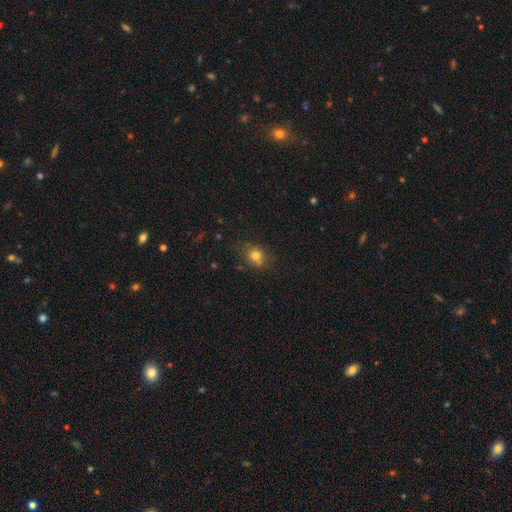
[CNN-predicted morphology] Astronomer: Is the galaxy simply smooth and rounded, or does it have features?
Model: smooth — 76%.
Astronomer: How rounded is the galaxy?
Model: round — 54% (runner-up: in between, 45%).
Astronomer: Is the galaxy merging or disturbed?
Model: none — 71%.